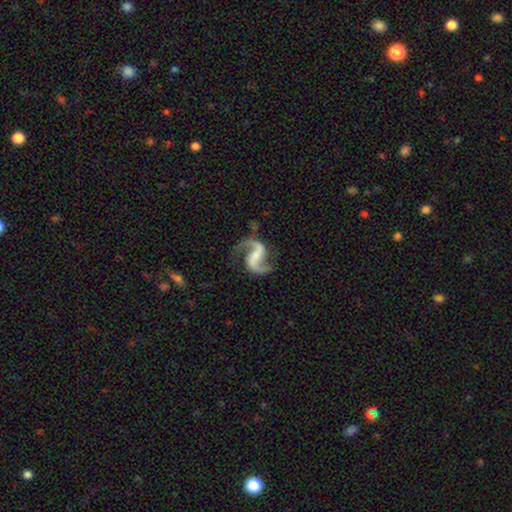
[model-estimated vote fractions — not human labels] This appears to be a featured or disk galaxy (92%) with a weak bar (40%), 2 (94%) loose (57%) spiral arms (98%) and a small central bulge (39%). Merging: none (77%).